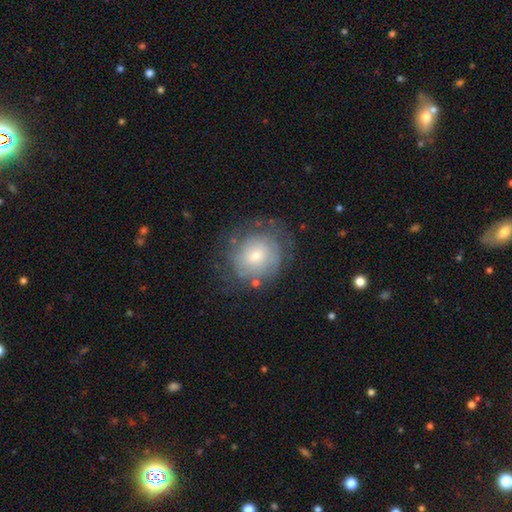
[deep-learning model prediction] Morphology: type=featured or disk (47%); merging=none (69%).